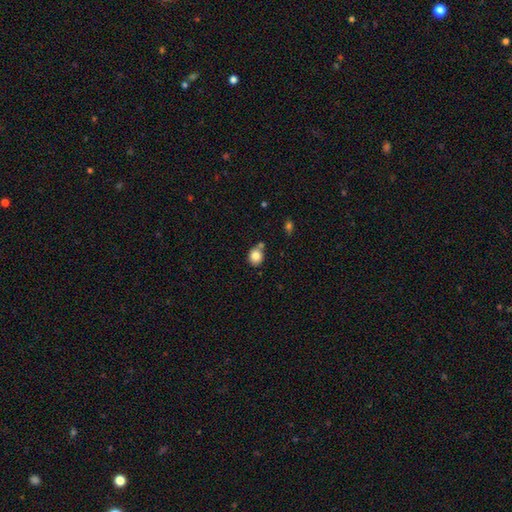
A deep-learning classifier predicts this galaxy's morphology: Smooth or featured? Predicted: smooth (p=0.83). How rounded? Predicted: round (p=0.71). Merging? Predicted: none (p=0.65).